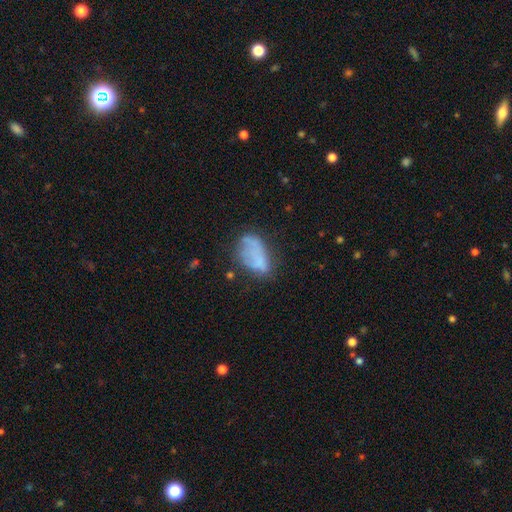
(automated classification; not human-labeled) This appears to be a smooth galaxy with no disk features (55%) that is in between round and cigar-shaped (89%). Merging: none (36%).